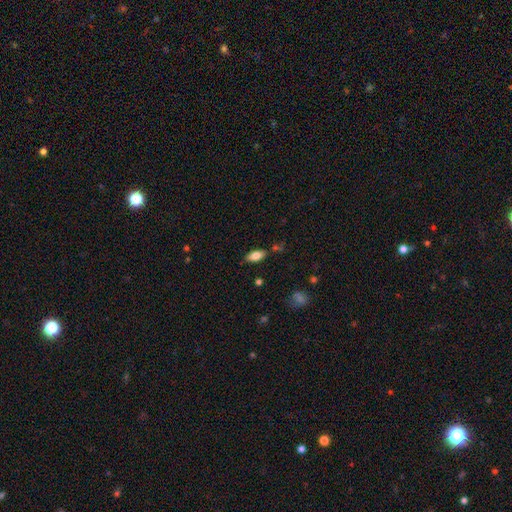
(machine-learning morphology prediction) Q: Smooth or featured?
A: smooth (78%); runner-up: featured or disk (14%)
Q: How rounded?
A: in between (86%); runner-up: cigar-shaped (11%)
Q: Merging?
A: none (78%); runner-up: minor disturbance (14%)